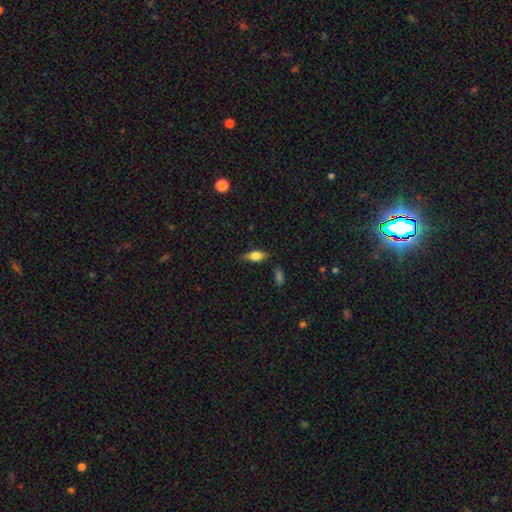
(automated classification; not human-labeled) A smooth galaxy with no disk features (60%) that is in between round and cigar-shaped (74%).

Vote fractions:
- Smooth or featured? smooth: 60% / featured or disk: 32% / star or artifact: 8%
- How rounded? in between: 74% / cigar-shaped: 22% / round: 4%
- Merging? none: 78% / minor disturbance: 16% / major disturbance: 4% / merger: 2%